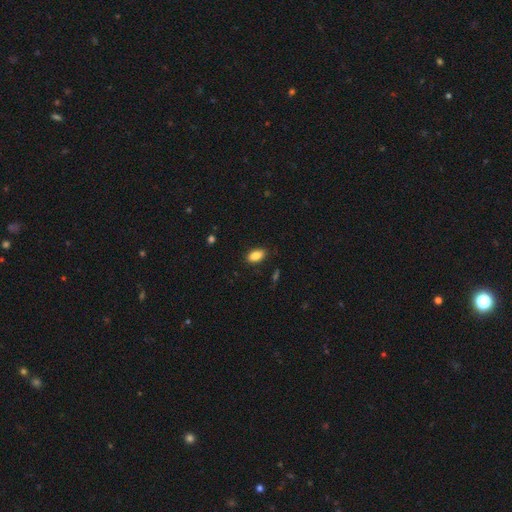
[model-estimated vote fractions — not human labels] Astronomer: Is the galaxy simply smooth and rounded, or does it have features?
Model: smooth — 88%.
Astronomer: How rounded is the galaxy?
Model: in between — 91%.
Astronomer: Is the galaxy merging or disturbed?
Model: none — 86%.